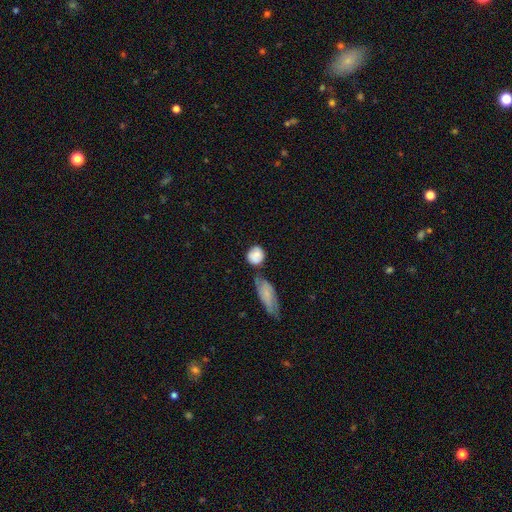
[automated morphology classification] A smooth galaxy with no disk features (78%) that is round (76%).

Vote fractions:
- Smooth or featured? smooth: 78% / featured or disk: 14% / star or artifact: 8%
- How rounded? round: 76% / in between: 22% / cigar-shaped: 2%
- Merging? none: 53% / merger: 20% / minor disturbance: 20% / major disturbance: 7%